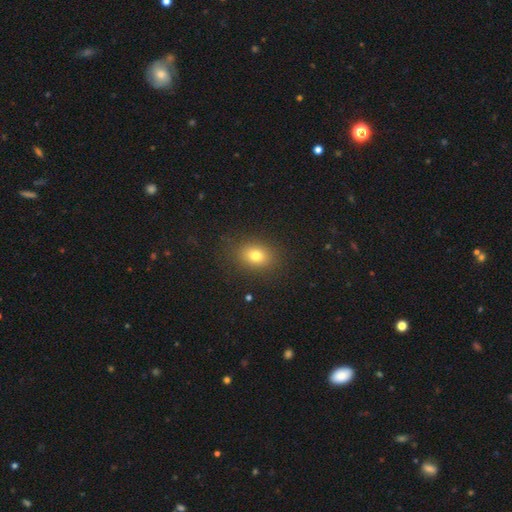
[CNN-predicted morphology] Overall: smooth (77%). How rounded: in between (59%; round 40%). Merging: none (87%).